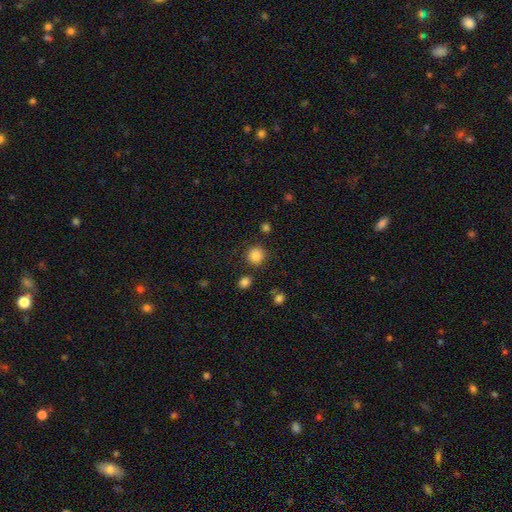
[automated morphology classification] type=smooth (86%); roundness=round (89%); merging=none (83%).